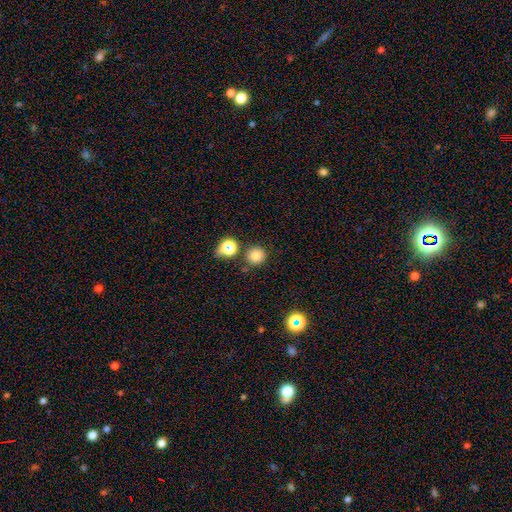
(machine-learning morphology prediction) Smooth or featured?
  - smooth: 79% *
  - star or artifact: 16%
  - featured or disk: 5%
How rounded?
  - round: 93% *
  - in between: 6%
  - cigar-shaped: 1%
Merging?
  - none: 81% *
  - merger: 8%
  - minor disturbance: 8%
  - major disturbance: 3%